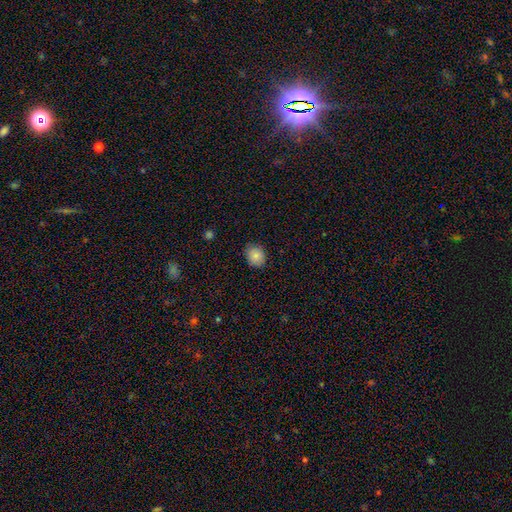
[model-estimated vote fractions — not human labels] Smooth or featured? smooth (86%)
How rounded? round (61%)
Merging? none (81%)